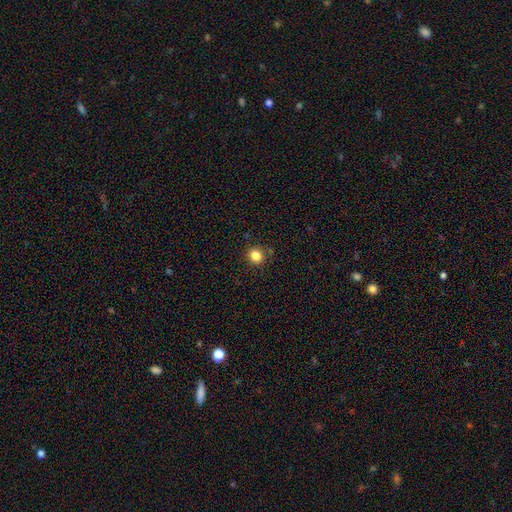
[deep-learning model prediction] Q: Smooth or featured?
A: smooth (84%); runner-up: star or artifact (12%)
Q: How rounded?
A: round (85%); runner-up: in between (14%)
Q: Merging?
A: none (87%); runner-up: minor disturbance (9%)